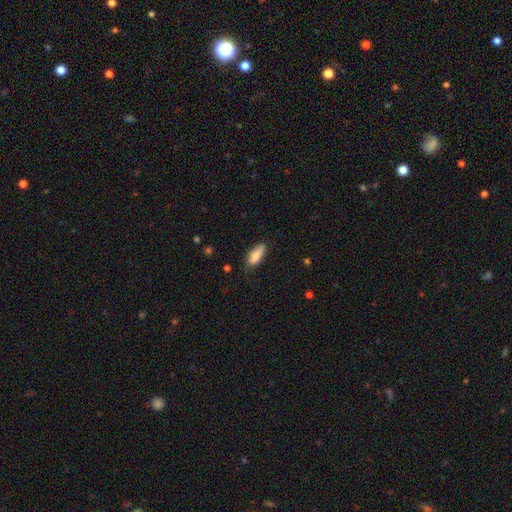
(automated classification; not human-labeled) Smooth or featured: smooth — 85% (featured or disk — 9%)
How rounded: in between — 75% (cigar-shaped — 23%)
Merging: none — 70% (minor disturbance — 24%)